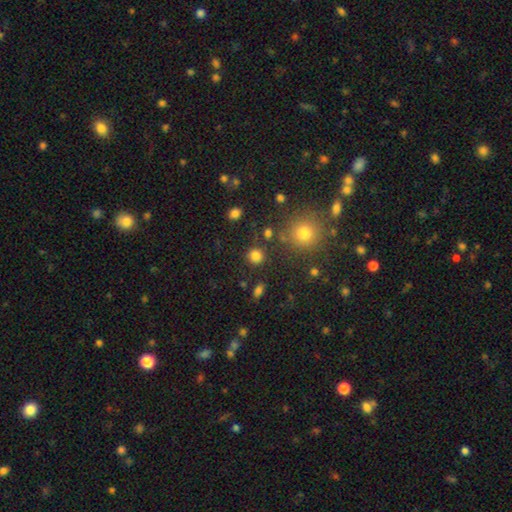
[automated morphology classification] A smooth galaxy with no disk features (82%) that is round (89%). Merging: none (85%).